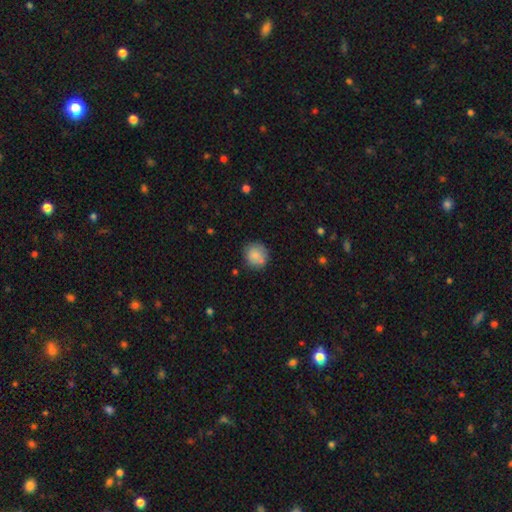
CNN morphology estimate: smooth_or_featured: smooth (p=0.81) [alt: featured or disk p=0.11]
how_rounded: round (p=0.88) [alt: in between p=0.11]
merging: none (p=0.74) [alt: minor disturbance p=0.15]